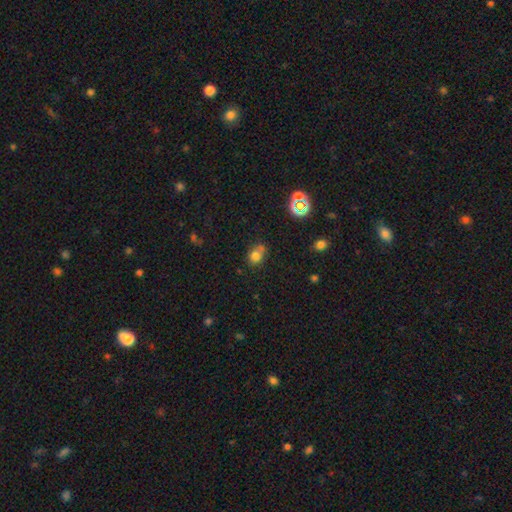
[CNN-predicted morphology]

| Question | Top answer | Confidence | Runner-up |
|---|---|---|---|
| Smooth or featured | smooth | 75% | star or artifact (16%) |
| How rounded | round | 61% | in between (38%) |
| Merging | none | 51% | merger (24%) |